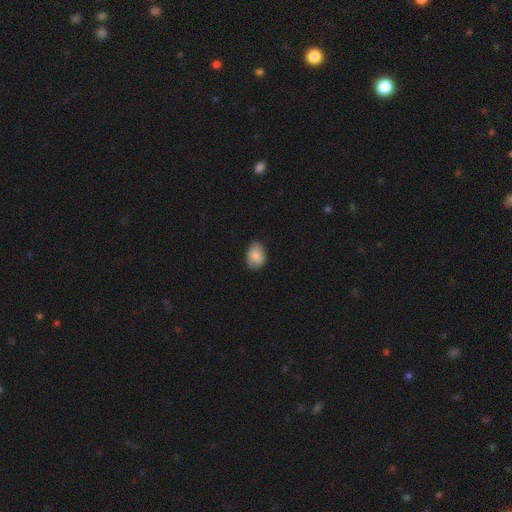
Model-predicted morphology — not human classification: The model was most divided on "how rounded": in between: 71%, round: 28%, cigar-shaped: 1%. More confident: smooth or featured — smooth (81%); merging — none (74%).